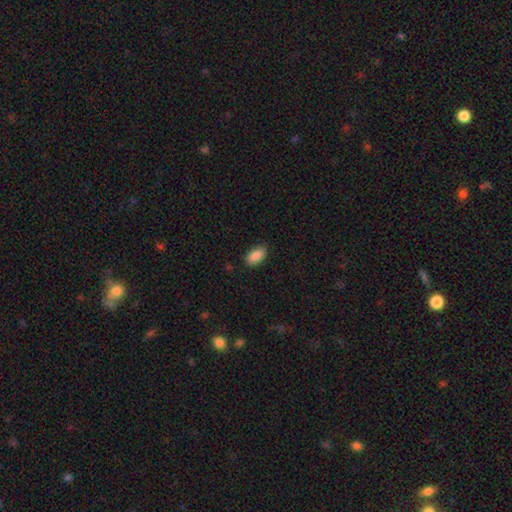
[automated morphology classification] smooth-or-featured: smooth: 89% | star or artifact: 7% | featured or disk: 4%
  how-rounded: in between: 93% | cigar-shaped: 3% | round: 3%
  merging: none: 87% | minor disturbance: 10% | major disturbance: 2% | merger: 1%